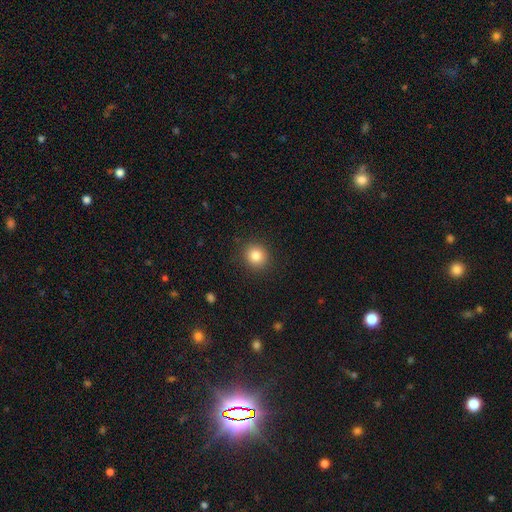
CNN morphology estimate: This is clearly a smooth galaxy (84%). How rounded: clearly round (88%). Merging: clearly none (90%).